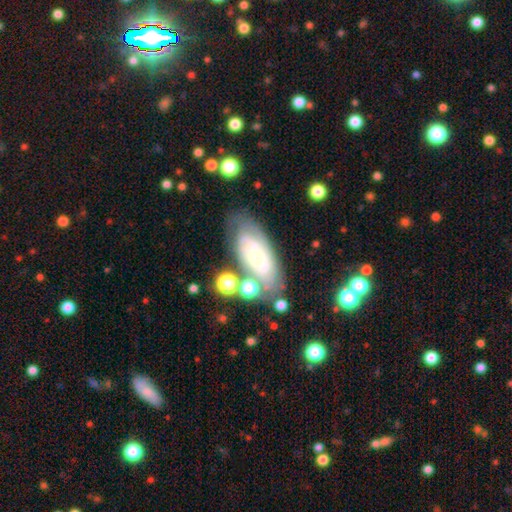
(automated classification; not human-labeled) This is possibly a featured or disk galaxy (58%). It is clearly not viewed edge-on (87%). Bar: likely no (75%). Spiral arm pattern: likely yes (66%). Central bulge: likely small (61%). Merging: likely none (65%).